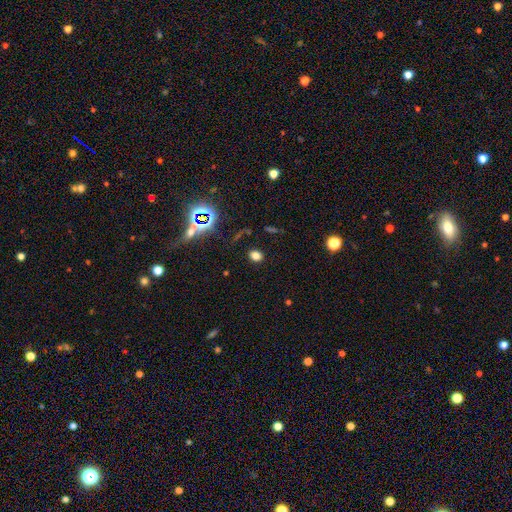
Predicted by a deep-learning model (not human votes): Smooth or featured? Predicted: smooth (p=0.70). How rounded? Predicted: in between (p=0.56). Merging? Predicted: none (p=0.85).